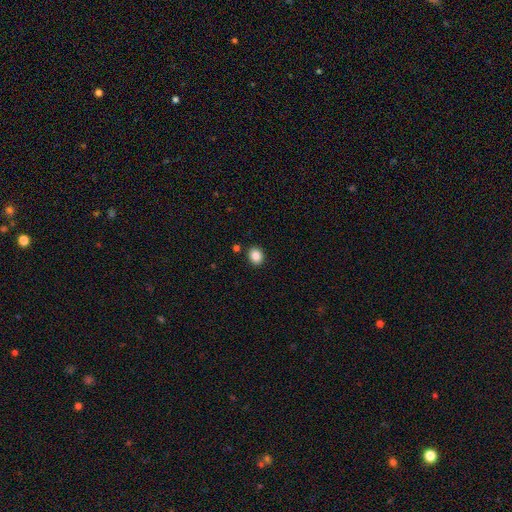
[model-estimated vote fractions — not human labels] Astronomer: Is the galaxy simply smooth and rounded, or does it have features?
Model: smooth — 87%.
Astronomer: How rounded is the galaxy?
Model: round — 57% (runner-up: in between, 43%).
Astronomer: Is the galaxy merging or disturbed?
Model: none — 88%.